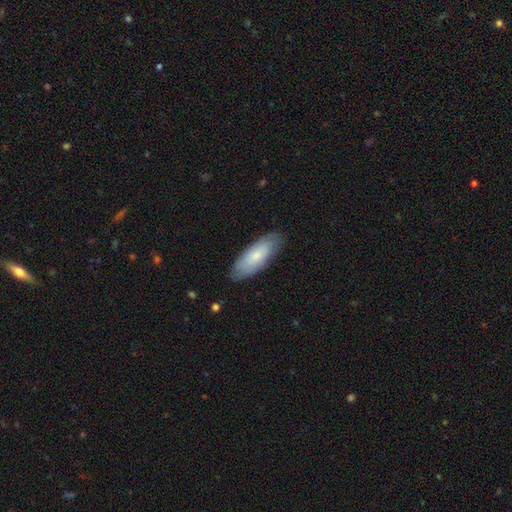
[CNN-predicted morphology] Smooth or featured: smooth — 70% (featured or disk — 24%)
How rounded: in between — 68% (cigar-shaped — 30%)
Merging: none — 85% (minor disturbance — 12%)